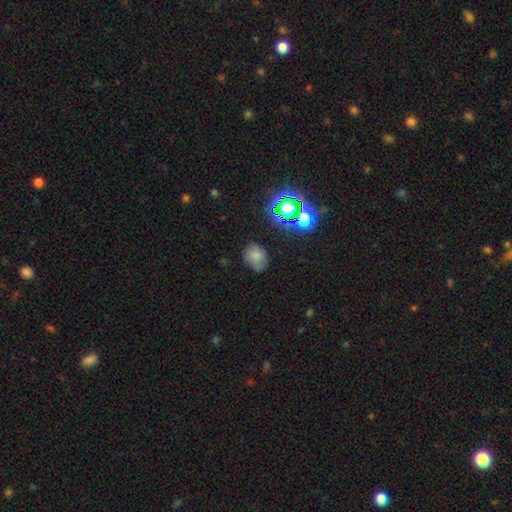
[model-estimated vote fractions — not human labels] Morphology: type=smooth (66%); roundness=in between (50%); merging=none (66%).